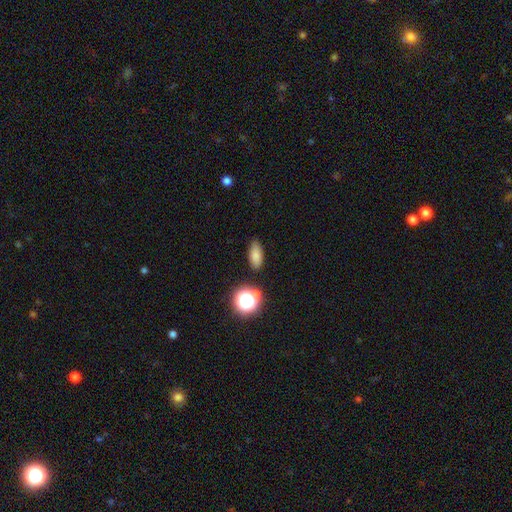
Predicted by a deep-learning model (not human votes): Q: Smooth or featured?
A: smooth (78%); runner-up: star or artifact (14%)
Q: How rounded?
A: in between (80%); runner-up: round (10%)
Q: Merging?
A: none (84%); runner-up: minor disturbance (10%)